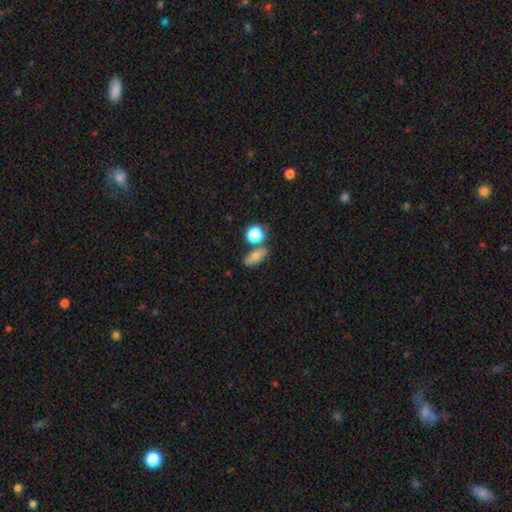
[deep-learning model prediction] This is likely a smooth galaxy (66%). How rounded: likely in between (66%). Merging: likely none (65%).